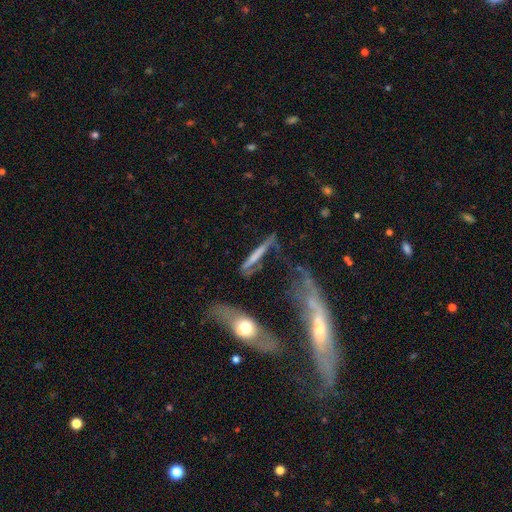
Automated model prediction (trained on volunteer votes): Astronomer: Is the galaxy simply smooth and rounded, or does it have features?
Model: smooth — 47% (runner-up: featured or disk, 44%).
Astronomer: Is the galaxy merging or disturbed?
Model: none — 50%.